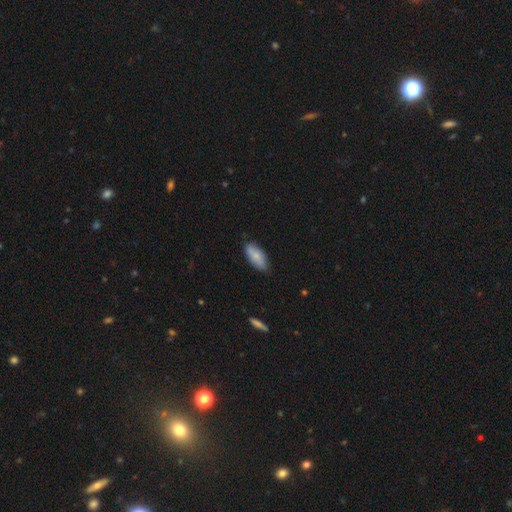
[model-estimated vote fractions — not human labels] This appears to be a smooth galaxy with no disk features (79%) that is in between round and cigar-shaped (84%). Merging: none (75%).